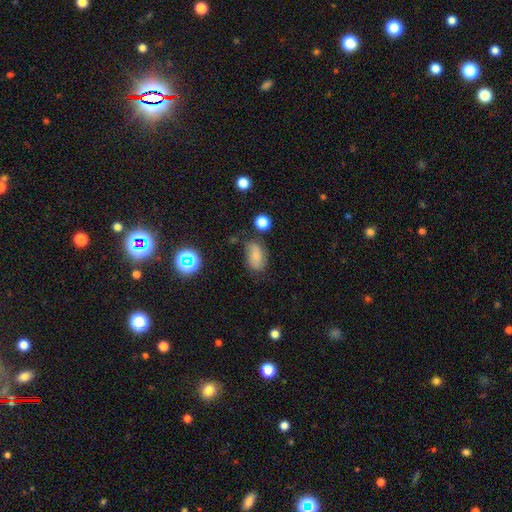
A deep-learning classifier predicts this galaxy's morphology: This appears to be a smooth galaxy with no disk features (72%) that is in between round and cigar-shaped (87%). Merging: none (61%).